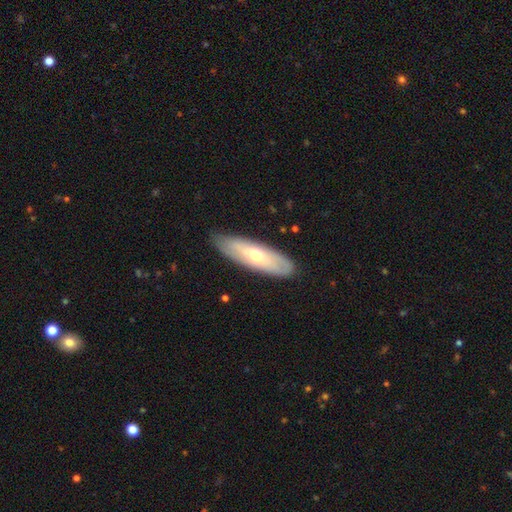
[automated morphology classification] Q: Smooth or featured?
A: featured or disk (48%); runner-up: smooth (46%)
Q: Merging?
A: none (83%); runner-up: minor disturbance (14%)